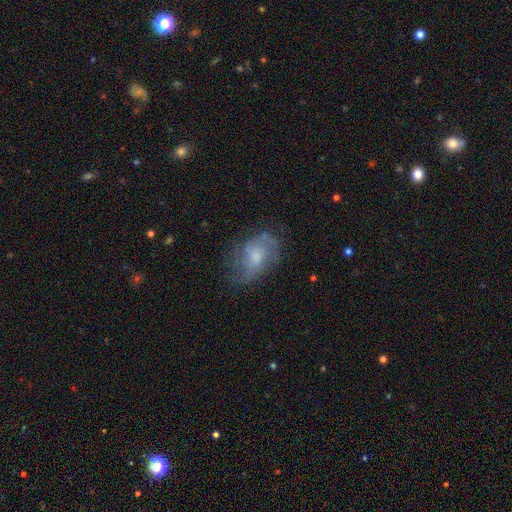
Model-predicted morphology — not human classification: Overall: featured or disk (59%; smooth 33%). Edge-on disk: no (96%). Bar: no (67%; weak 29%). Spiral arms: yes (78%). Bulge size: moderate (45%; small 35%). Merging: none (58%; minor disturbance 25%).